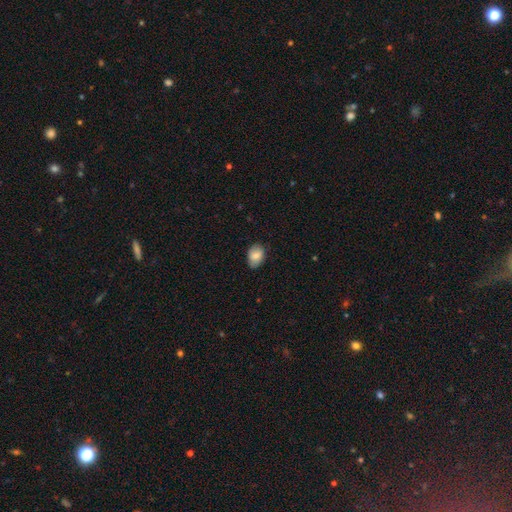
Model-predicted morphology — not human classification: smooth_or_featured: smooth (p=0.82) [alt: featured or disk p=0.11]
how_rounded: in between (p=0.80) [alt: round p=0.19]
merging: none (p=0.78) [alt: minor disturbance p=0.18]